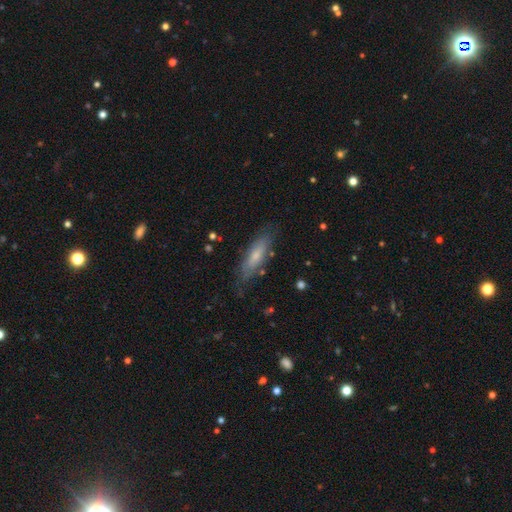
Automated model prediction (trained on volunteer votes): Overall: smooth (59%; featured or disk 34%). How rounded: cigar-shaped (54%; in between 44%). Merging: none (72%).